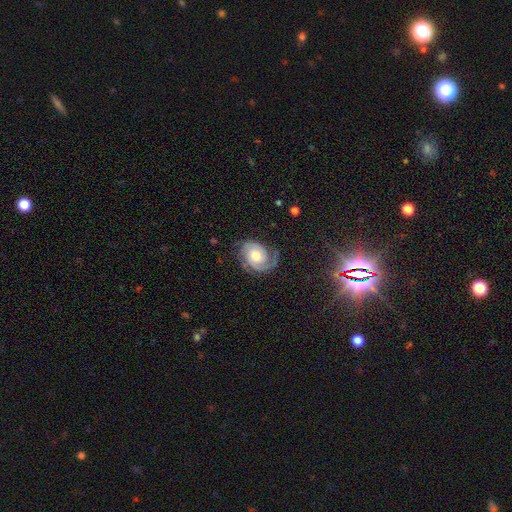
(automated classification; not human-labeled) This is clearly a featured or disk galaxy (82%). It is clearly not viewed edge-on (97%). Bar: likely no (71%). Spiral arm pattern: clearly yes (96%). Spiral arm count: likely 2 (66%). Spiral winding: possibly tight (56%). Central bulge: likely moderate (64%). Merging: likely none (67%).